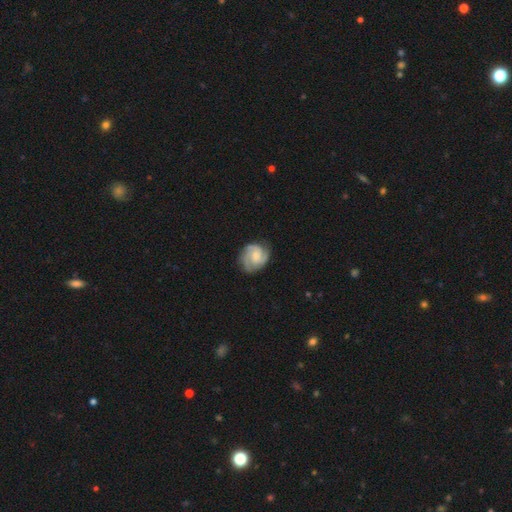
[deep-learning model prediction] A featured or disk galaxy (79%) with no bar (56%), 2 (47%) tight (47%) spiral arms (97%) and a small central bulge (45%). Merging: none (76%).